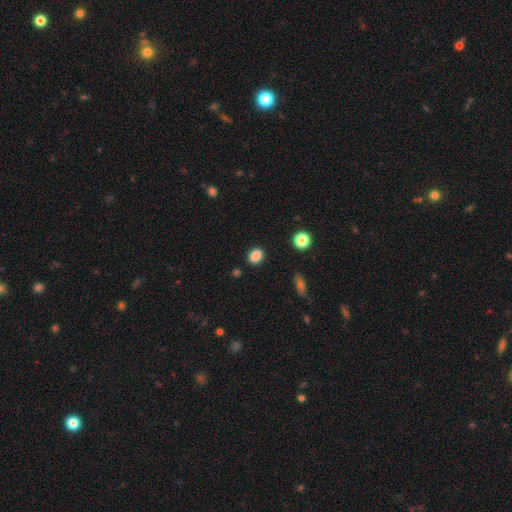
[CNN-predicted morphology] Smooth or featured?
  - smooth: 86% *
  - star or artifact: 11%
  - featured or disk: 4%
How rounded?
  - in between: 54% *
  - round: 45%
  - cigar-shaped: 1%
Merging?
  - none: 84% *
  - minor disturbance: 10%
  - major disturbance: 3%
  - merger: 3%